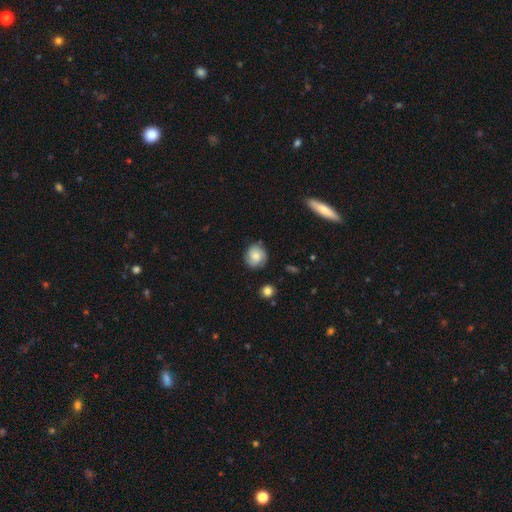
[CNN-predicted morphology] This is likely a smooth galaxy (62%). How rounded: clearly round (84%). Merging: likely none (77%).